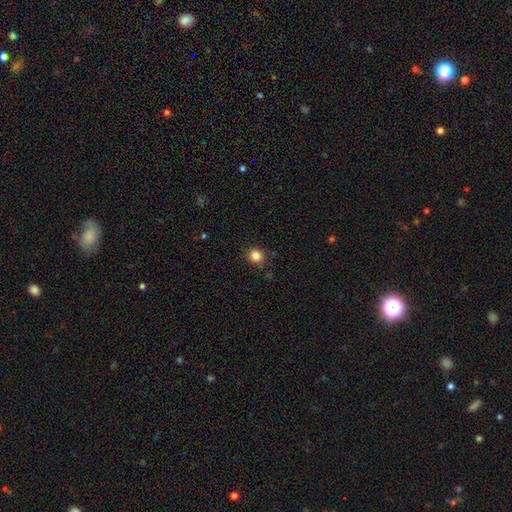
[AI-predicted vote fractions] Overall: smooth (84%). How rounded: round (86%). Merging: none (83%).